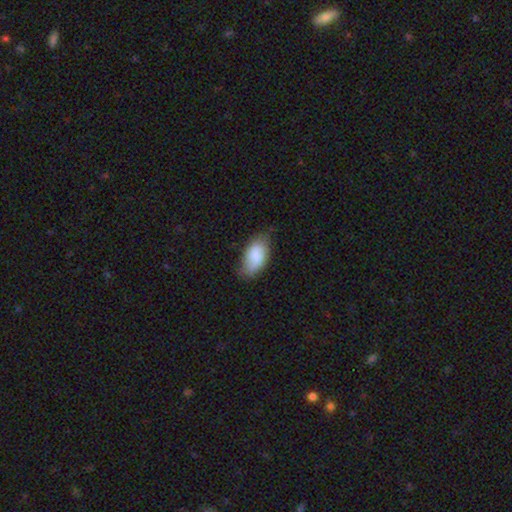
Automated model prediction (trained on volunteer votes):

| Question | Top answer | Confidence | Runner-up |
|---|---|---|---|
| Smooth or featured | smooth | 81% | featured or disk (13%) |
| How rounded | in between | 93% | cigar-shaped (3%) |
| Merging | none | 61% | minor disturbance (30%) |